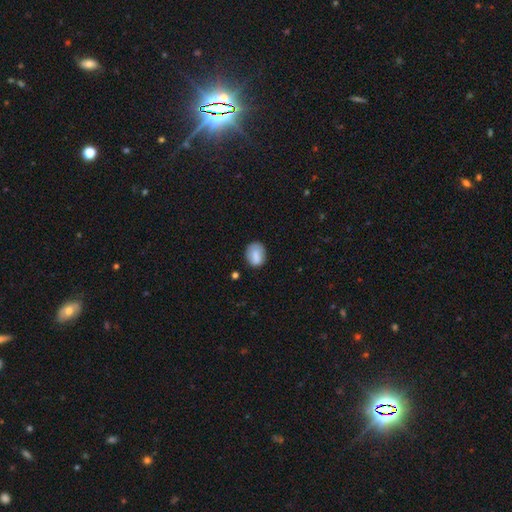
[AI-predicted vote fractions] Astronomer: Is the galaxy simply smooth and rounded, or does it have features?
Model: smooth — 76%.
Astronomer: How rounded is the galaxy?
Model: in between — 55% (runner-up: round, 44%).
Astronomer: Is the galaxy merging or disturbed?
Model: none — 72%.